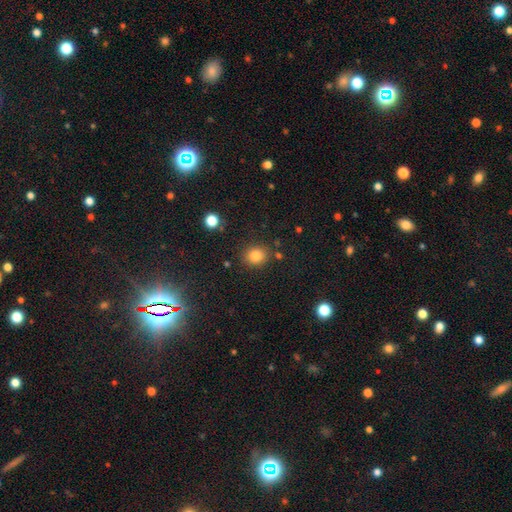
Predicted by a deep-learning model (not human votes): Overall: smooth (81%). How rounded: round (73%). Merging: none (85%).